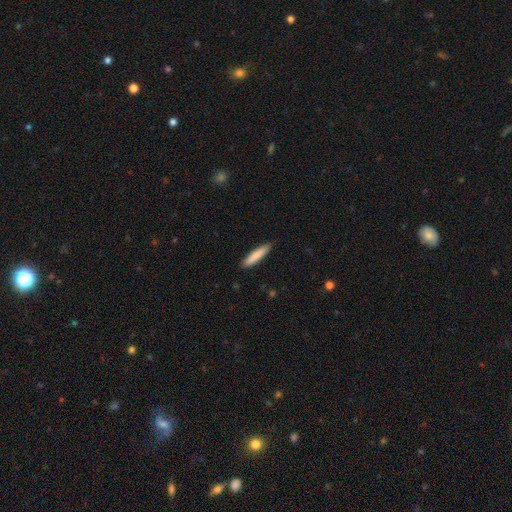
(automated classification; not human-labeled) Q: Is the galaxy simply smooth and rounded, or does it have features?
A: smooth — 84%.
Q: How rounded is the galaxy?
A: cigar-shaped — 86%.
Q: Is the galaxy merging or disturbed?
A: none — 90%.